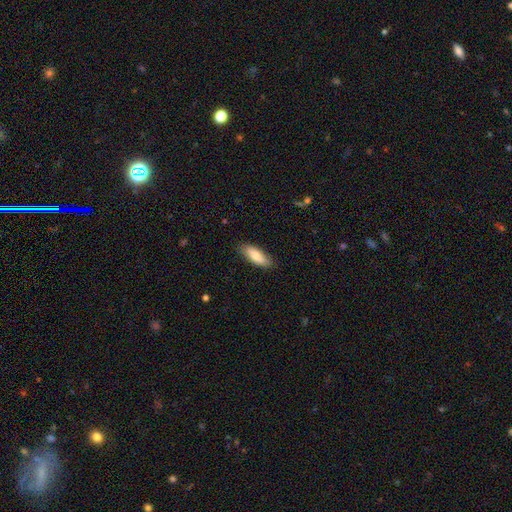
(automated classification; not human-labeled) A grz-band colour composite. It shows a smooth galaxy with no disk features (77%) that is in between round and cigar-shaped (67%). Merging: none (85%).